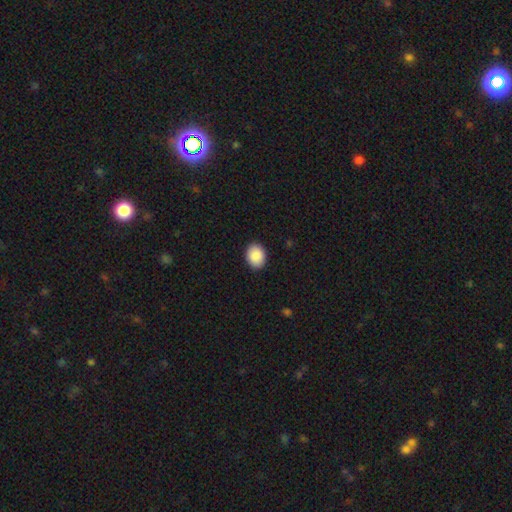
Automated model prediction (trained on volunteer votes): This is clearly a smooth galaxy (90%). How rounded: possibly in between (59%). Merging: clearly none (90%).